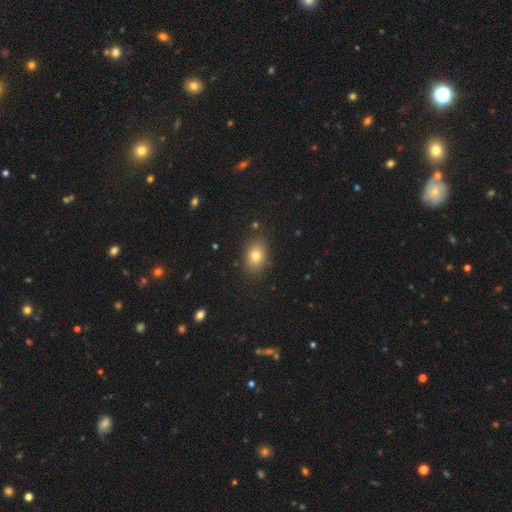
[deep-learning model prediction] Smooth or featured? Predicted: smooth (p=0.79). How rounded? Predicted: in between (p=0.71). Merging? Predicted: none (p=0.85).